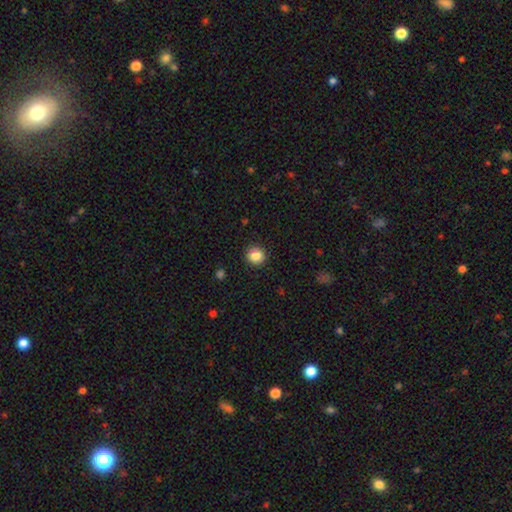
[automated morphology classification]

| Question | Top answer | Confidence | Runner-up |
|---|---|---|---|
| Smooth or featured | smooth | 86% | star or artifact (10%) |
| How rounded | round | 89% | in between (10%) |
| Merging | none | 91% | minor disturbance (6%) |